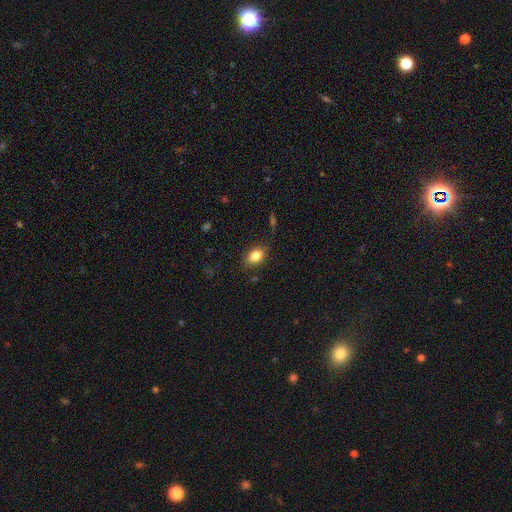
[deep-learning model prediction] This is clearly a smooth galaxy (82%). How rounded: likely in between (76%). Merging: clearly none (83%).